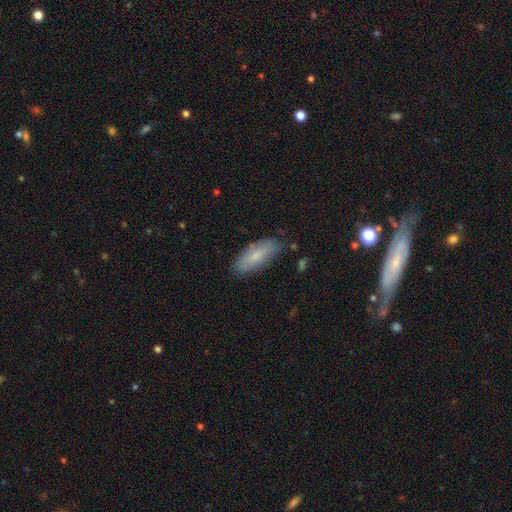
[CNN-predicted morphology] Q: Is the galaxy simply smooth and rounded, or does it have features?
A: smooth — 73%.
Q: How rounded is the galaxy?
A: in between — 73%.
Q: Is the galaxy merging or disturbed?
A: none — 80%.